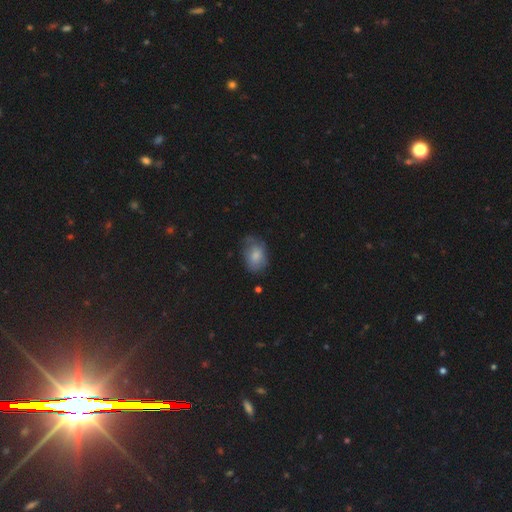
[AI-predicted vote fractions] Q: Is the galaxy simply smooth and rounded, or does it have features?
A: smooth — 76%.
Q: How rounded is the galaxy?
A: in between — 79%.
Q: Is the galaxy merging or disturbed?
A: none — 58%.